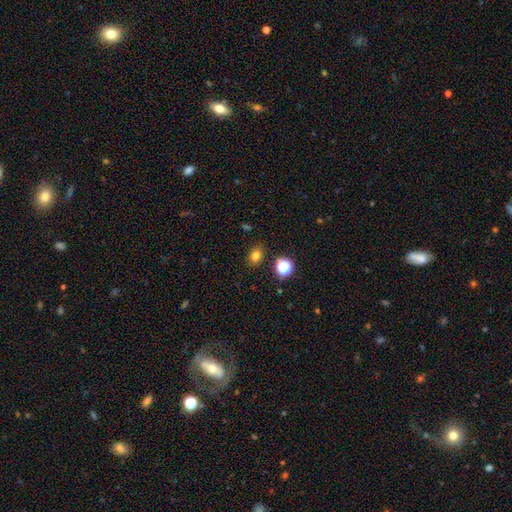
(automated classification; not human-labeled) Smooth or featured: smooth — 78% (star or artifact — 16%)
How rounded: round — 51% (in between — 48%)
Merging: none — 86% (minor disturbance — 9%)